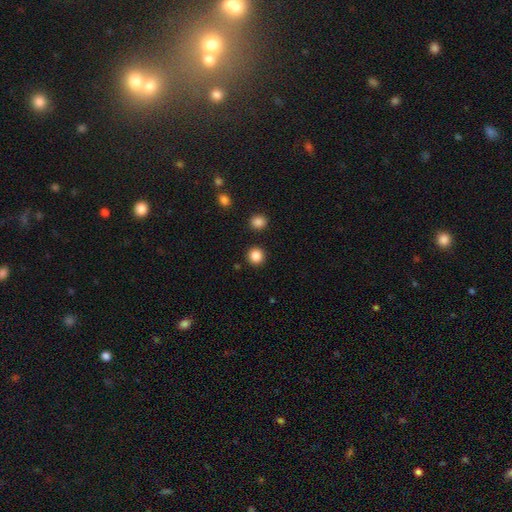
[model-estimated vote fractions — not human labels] Smooth or featured: smooth — 86% (star or artifact — 11%)
How rounded: round — 93% (in between — 6%)
Merging: none — 91% (minor disturbance — 5%)